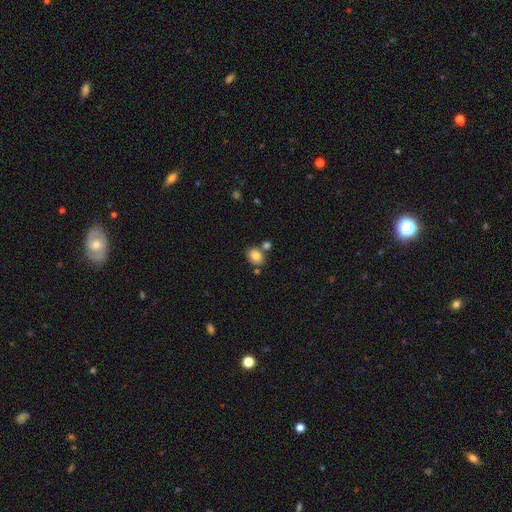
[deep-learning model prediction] Smooth or featured?
  - smooth: 83% *
  - star or artifact: 9%
  - featured or disk: 8%
How rounded?
  - in between: 56% *
  - round: 43%
  - cigar-shaped: 1%
Merging?
  - none: 68% *
  - merger: 17%
  - minor disturbance: 12%
  - major disturbance: 3%